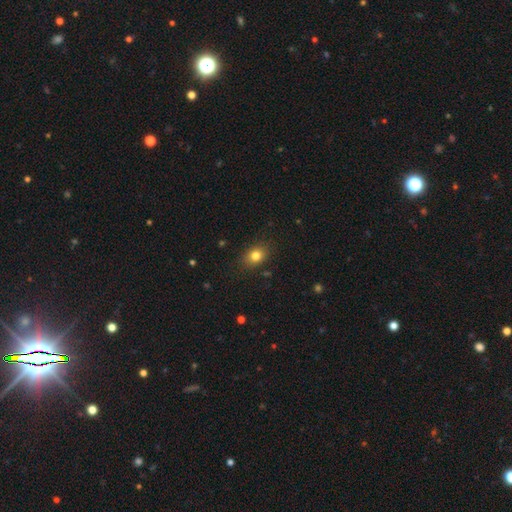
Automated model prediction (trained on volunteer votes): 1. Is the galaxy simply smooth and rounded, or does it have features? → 80% smooth, 12% star or artifact, 8% featured or disk.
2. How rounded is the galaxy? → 58% in between, 40% round, 1% cigar-shaped.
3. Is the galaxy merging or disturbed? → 86% none, 11% minor disturbance, 3% major disturbance, 1% merger.